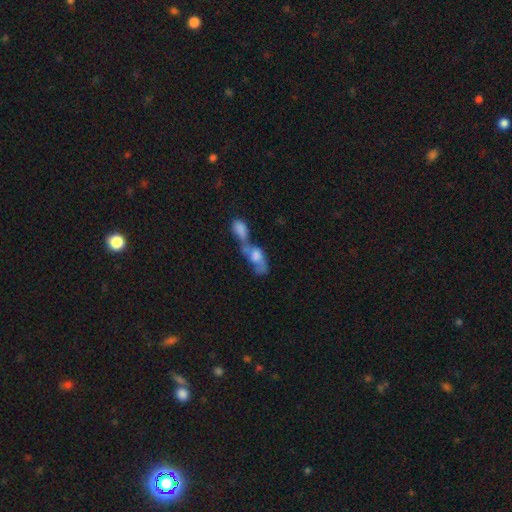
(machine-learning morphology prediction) The model was most divided on "smooth or featured": smooth: 54%, featured or disk: 37%, star or artifact: 9%. More confident: merging — merger (76%); how rounded — in between (75%).